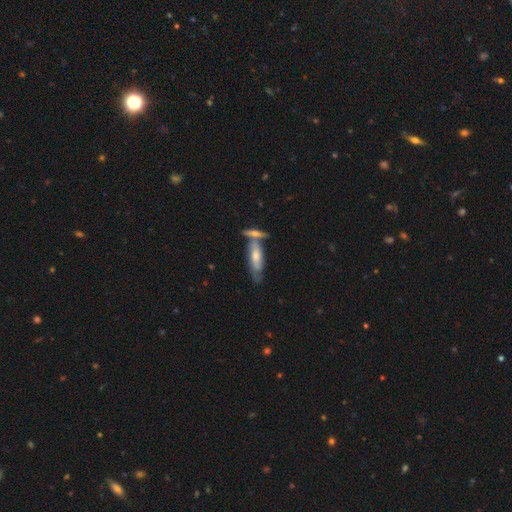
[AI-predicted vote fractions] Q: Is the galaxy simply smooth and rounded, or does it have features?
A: featured or disk — 53%.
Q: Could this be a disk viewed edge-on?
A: yes — 53%.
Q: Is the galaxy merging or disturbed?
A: none — 46%.